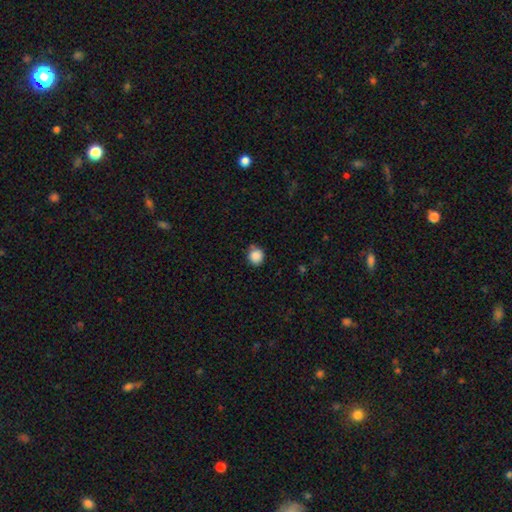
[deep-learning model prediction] The model was most divided on "merging": none: 74%, minor disturbance: 16%, merger: 6%, major disturbance: 4%. More confident: how rounded — round (89%); smooth or featured — smooth (87%).